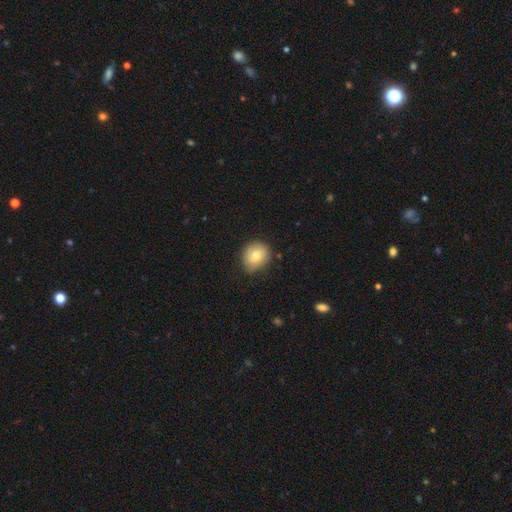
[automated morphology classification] Q: Smooth or featured?
A: smooth (75%); runner-up: featured or disk (17%)
Q: How rounded?
A: round (67%); runner-up: in between (32%)
Q: Merging?
A: none (71%); runner-up: minor disturbance (24%)